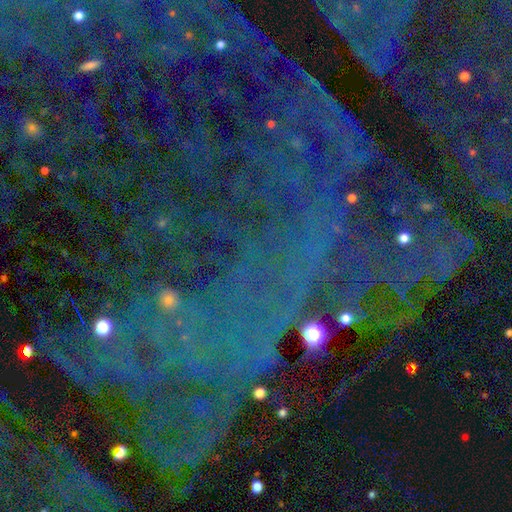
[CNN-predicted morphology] Overall: star or artifact (82%).